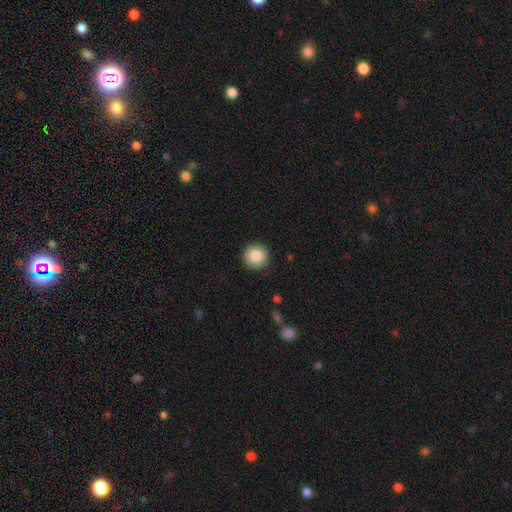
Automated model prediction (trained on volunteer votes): This appears to be a smooth galaxy with no disk features (86%) that is round (95%). Merging: none (90%).